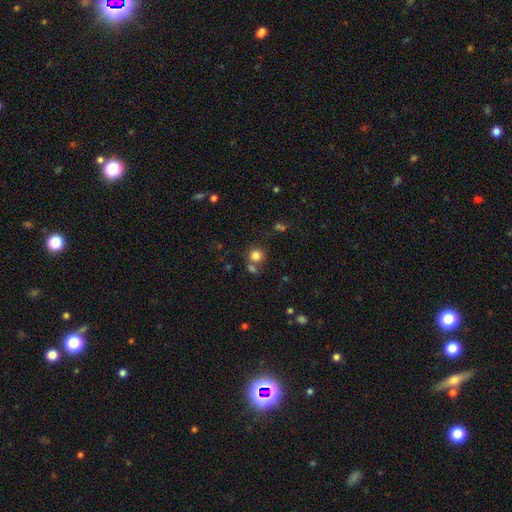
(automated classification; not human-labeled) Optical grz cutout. It shows a smooth galaxy with no disk features (81%) that is round (83%). Merging: none (63%).